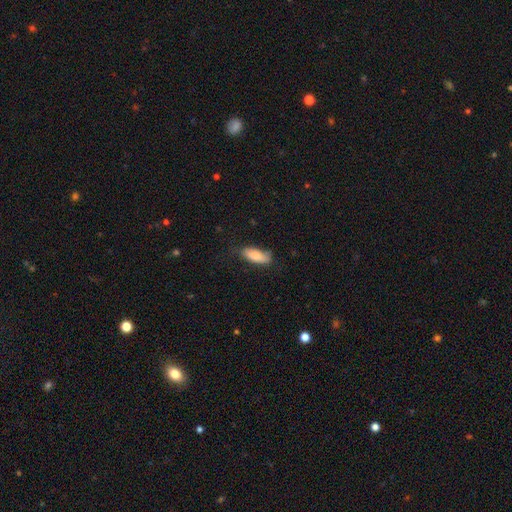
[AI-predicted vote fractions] A smooth galaxy with no disk features (80%) that is in between round and cigar-shaped (77%). Merging: none (68%).